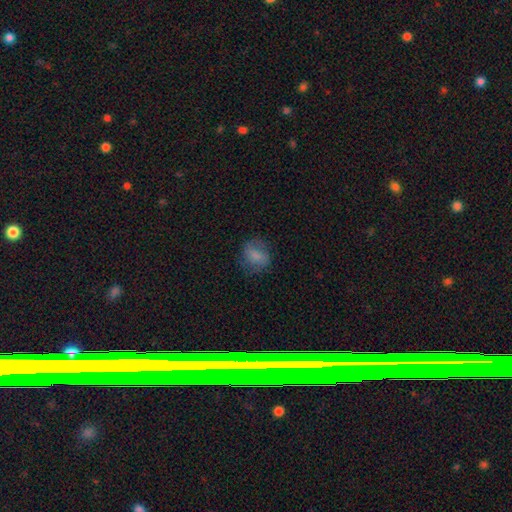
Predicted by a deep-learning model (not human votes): The model was most divided on "how rounded": round: 53%, in between: 45%, cigar-shaped: 2%. More confident: smooth or featured — smooth (70%); merging — none (66%).